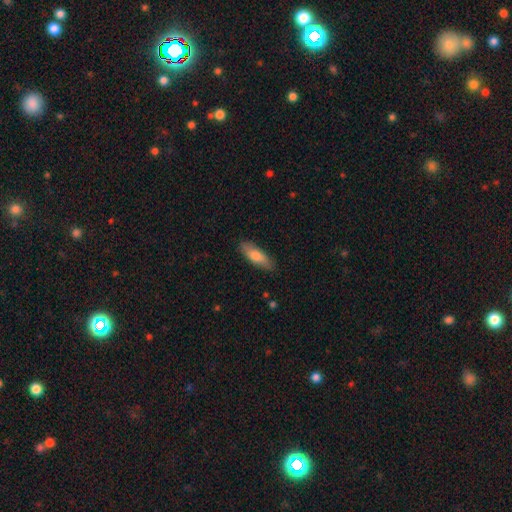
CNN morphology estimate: The model was most divided on "how rounded": in between: 58%, cigar-shaped: 40%, round: 2%. More confident: merging — none (85%); smooth or featured — smooth (78%).